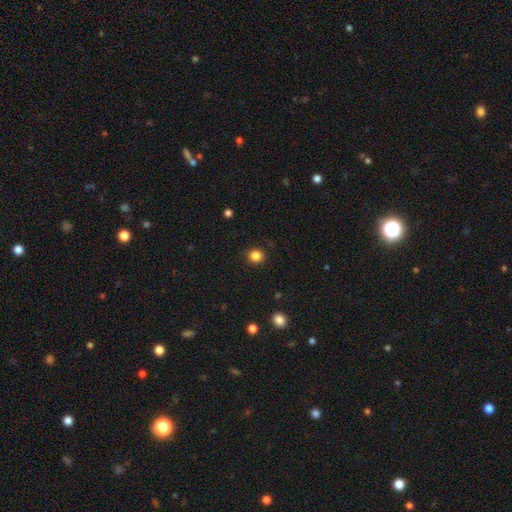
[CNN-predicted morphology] A smooth galaxy with no disk features (85%) that is round (87%).

Vote fractions:
- Smooth or featured? smooth: 85% / star or artifact: 12% / featured or disk: 4%
- How rounded? round: 87% / in between: 12% / cigar-shaped: 1%
- Merging? none: 89% / minor disturbance: 7% / major disturbance: 2% / merger: 1%